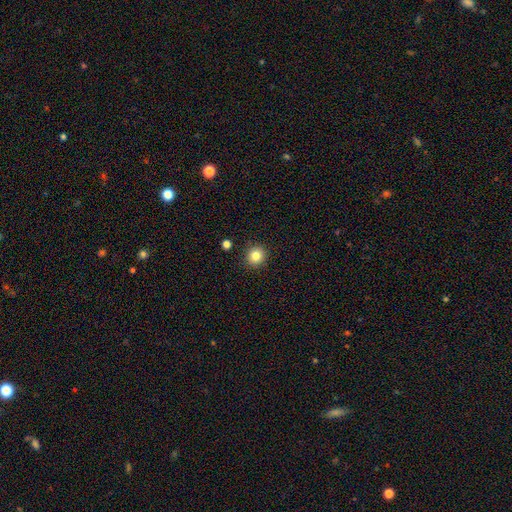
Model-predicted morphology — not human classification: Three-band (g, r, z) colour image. It shows a smooth galaxy with no disk features (83%) that is round (92%). Merging: none (90%).